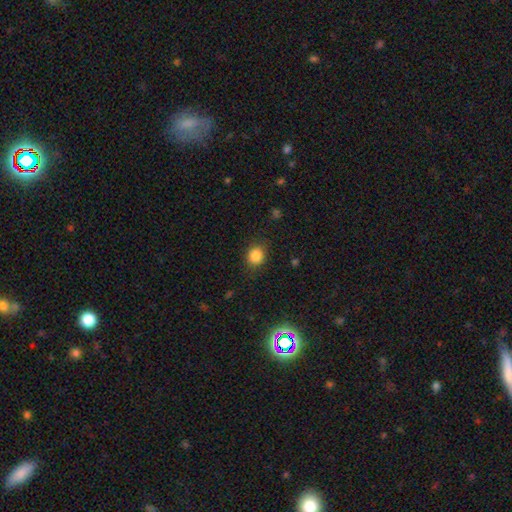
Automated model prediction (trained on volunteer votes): A smooth galaxy with no disk features (85%) that is round (74%).

Vote fractions:
- Smooth or featured? smooth: 85% / star or artifact: 11% / featured or disk: 5%
- How rounded? round: 74% / in between: 25% / cigar-shaped: 1%
- Merging? none: 86% / minor disturbance: 10% / major disturbance: 3% / merger: 1%